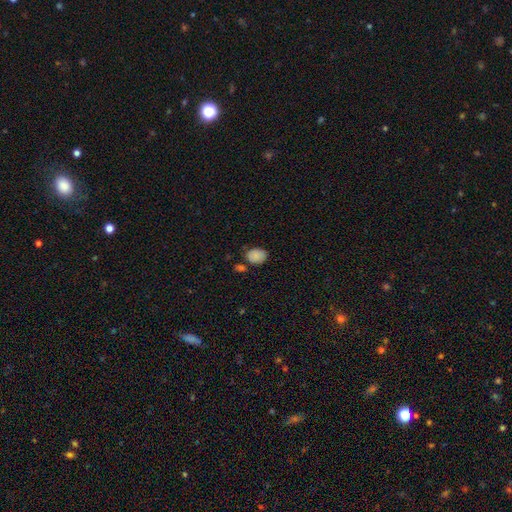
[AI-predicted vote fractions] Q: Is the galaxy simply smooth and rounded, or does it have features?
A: smooth — 85%.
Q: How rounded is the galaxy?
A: in between — 64%.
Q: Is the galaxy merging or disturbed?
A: none — 65%.